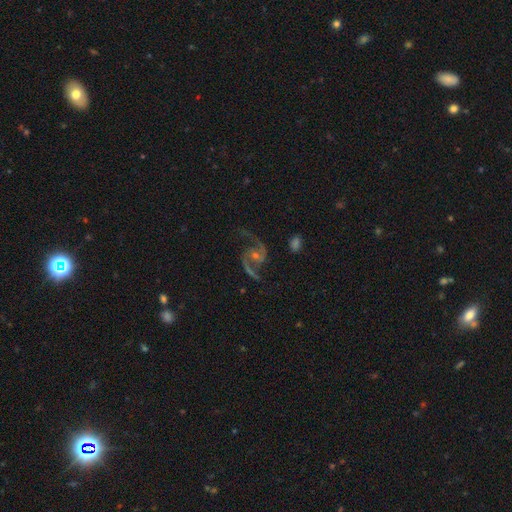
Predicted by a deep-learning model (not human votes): Overall: featured or disk (92%). Edge-on disk: no (98%). Bar: no (63%; weak 28%). Spiral arms: yes (98%). Spiral arm count: 2 (94%). Spiral winding: medium (56%; loose 34%). Bulge size: small (57%; moderate 38%). Merging: none (77%).